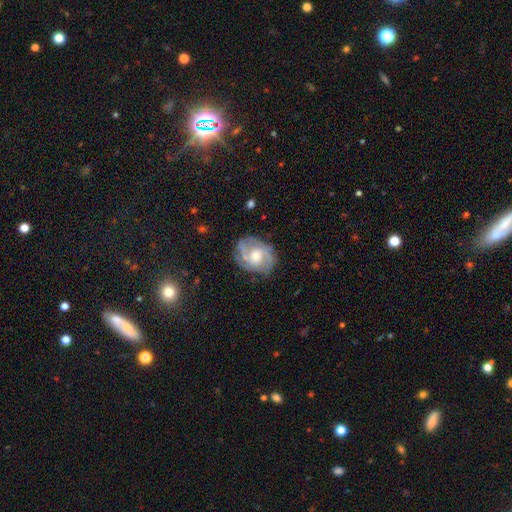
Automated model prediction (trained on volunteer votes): Smooth or featured? featured or disk (82%)
Edge-on disk? no (98%)
Bar? no (63%)
Spiral arms? yes (95%)
Spiral winding? medium (45%)
Spiral arm count? 2 (44%)
Bulge size? moderate (53%)
Merging? none (73%)